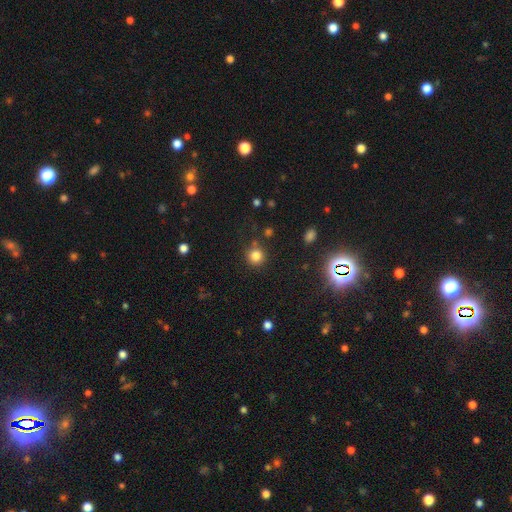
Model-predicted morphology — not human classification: A smooth galaxy with no disk features (81%) that is round (93%).

Vote fractions:
- Smooth or featured? smooth: 81% / star or artifact: 14% / featured or disk: 5%
- How rounded? round: 93% / in between: 6% / cigar-shaped: 1%
- Merging? none: 84% / minor disturbance: 8% / merger: 5% / major disturbance: 3%